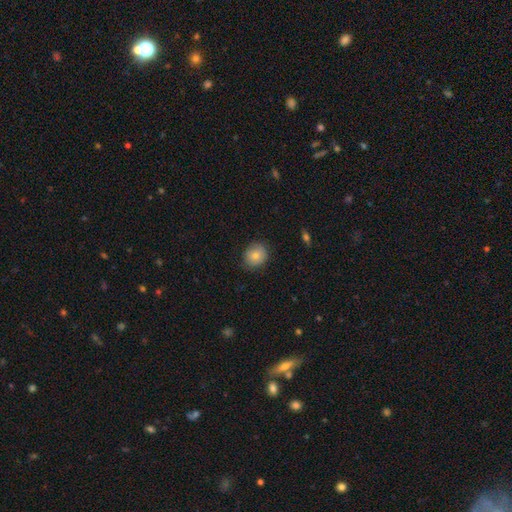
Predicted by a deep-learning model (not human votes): A smooth galaxy with no disk features (79%) that is round (76%).

Vote fractions:
- Smooth or featured? smooth: 79% / featured or disk: 12% / star or artifact: 9%
- How rounded? round: 76% / in between: 23% / cigar-shaped: 1%
- Merging? none: 82% / minor disturbance: 14% / major disturbance: 3% / merger: 1%